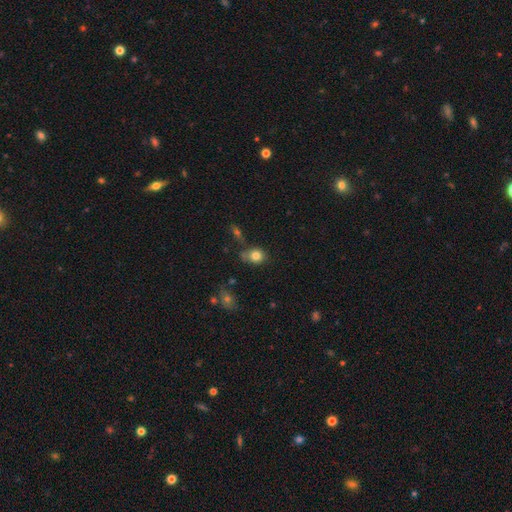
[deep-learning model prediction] Smooth or featured? smooth (81%)
How rounded? round (60%)
Merging? none (55%)